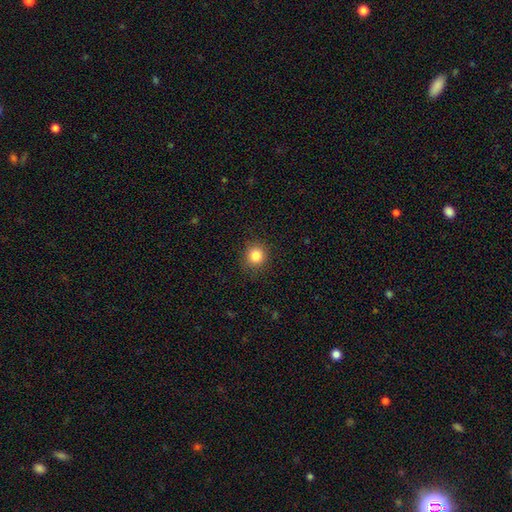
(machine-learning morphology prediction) smooth-or-featured: smooth: 84% | star or artifact: 11% | featured or disk: 5%
  how-rounded: round: 91% | in between: 8% | cigar-shaped: 1%
  merging: none: 90% | minor disturbance: 7% | major disturbance: 2% | merger: 1%